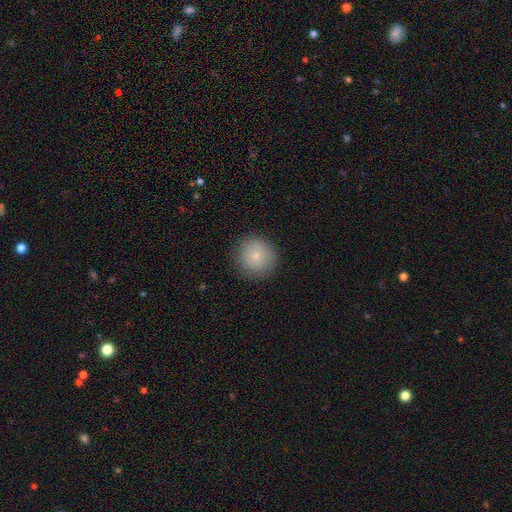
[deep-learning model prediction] This appears to be a smooth galaxy with no disk features (80%) that is round (93%). Merging: none (88%).